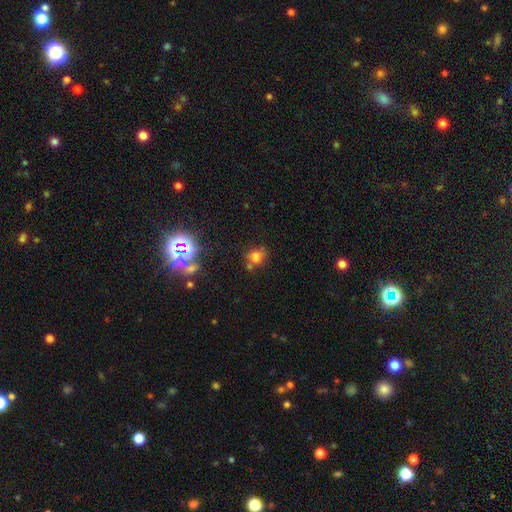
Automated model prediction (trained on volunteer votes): The model was most divided on "how rounded": round: 65%, in between: 34%, cigar-shaped: 1%. More confident: smooth or featured — smooth (65%); merging — none (57%).